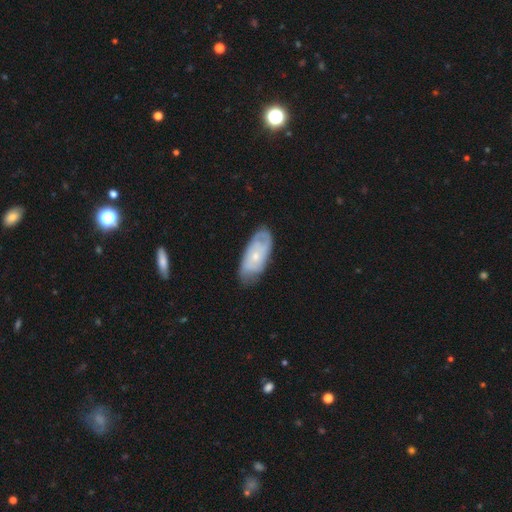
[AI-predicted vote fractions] Smooth or featured? featured or disk (52%)
Edge-on disk? no (89%)
Merging? none (69%)